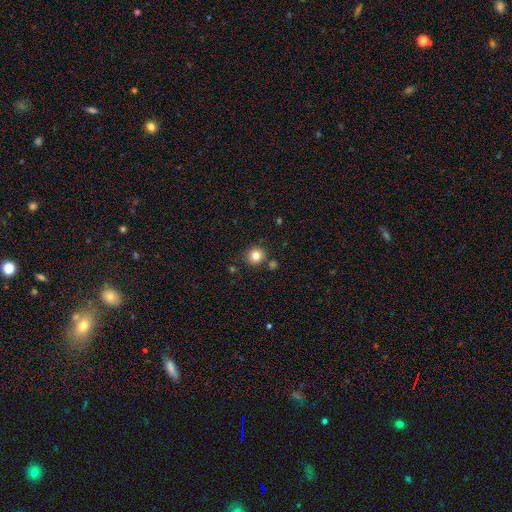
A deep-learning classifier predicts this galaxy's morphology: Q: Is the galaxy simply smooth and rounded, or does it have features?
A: smooth — 82%.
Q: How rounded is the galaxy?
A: round — 91%.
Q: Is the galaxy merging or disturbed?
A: none — 84%.